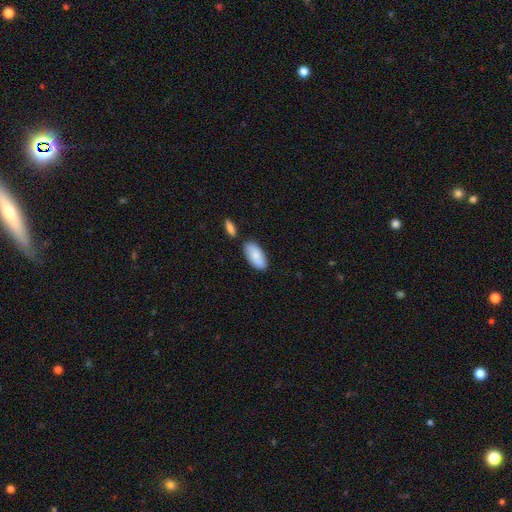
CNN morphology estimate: This appears to be a smooth galaxy with no disk features (84%) that is in between round and cigar-shaped (92%). Merging: none (78%).